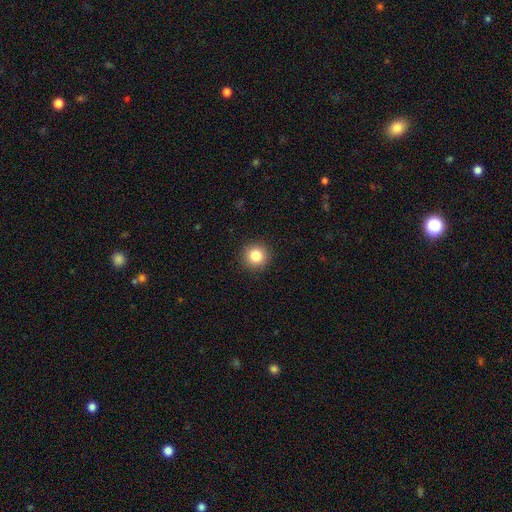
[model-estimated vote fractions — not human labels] Smooth or featured? smooth (83%)
How rounded? round (95%)
Merging? none (92%)